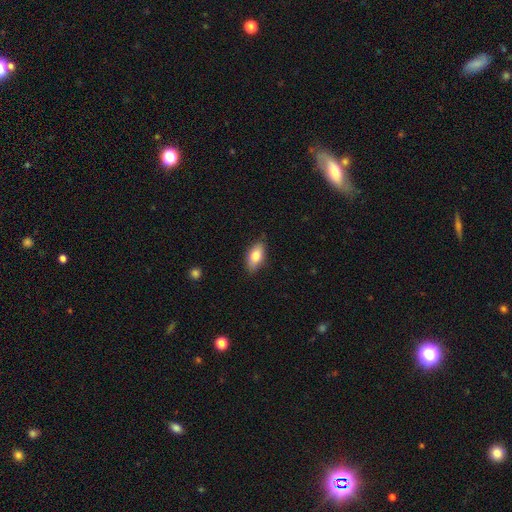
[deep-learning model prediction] smooth 78%, featured or disk 16%, star or artifact 7%. Down the decision tree: how rounded — in between (88%); merging — none (80%).